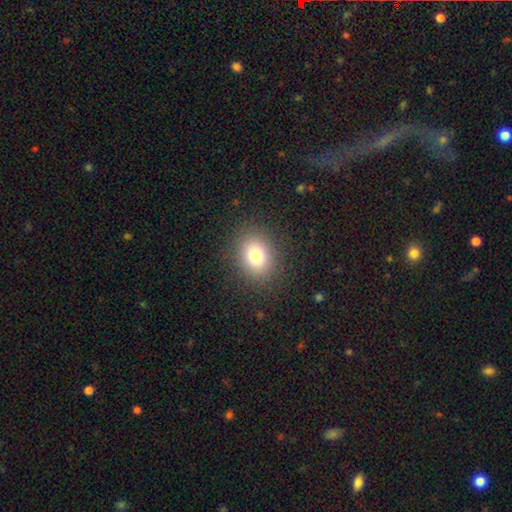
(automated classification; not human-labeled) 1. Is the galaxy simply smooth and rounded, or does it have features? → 78% smooth, 12% star or artifact, 10% featured or disk.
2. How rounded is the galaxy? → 51% in between, 48% round, 1% cigar-shaped.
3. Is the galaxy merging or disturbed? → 87% none, 8% minor disturbance, 4% major disturbance, 1% merger.